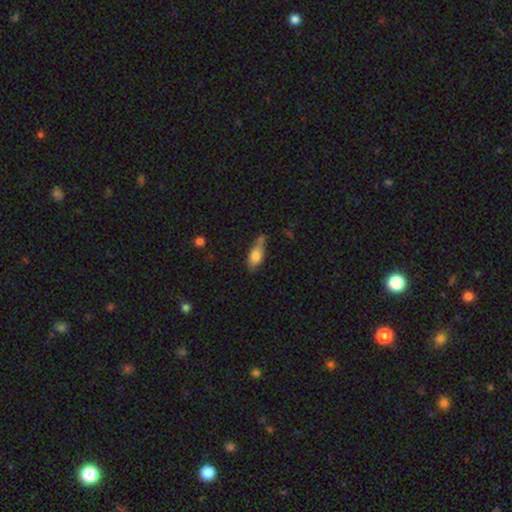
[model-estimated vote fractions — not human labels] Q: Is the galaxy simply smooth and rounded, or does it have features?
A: smooth — 72%.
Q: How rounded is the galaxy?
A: in between — 69%.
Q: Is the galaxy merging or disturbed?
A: none — 46%.